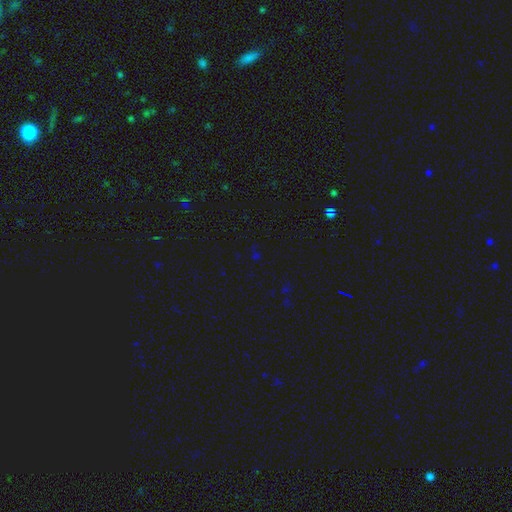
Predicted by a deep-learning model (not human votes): Morphology: type=star or artifact (68%).